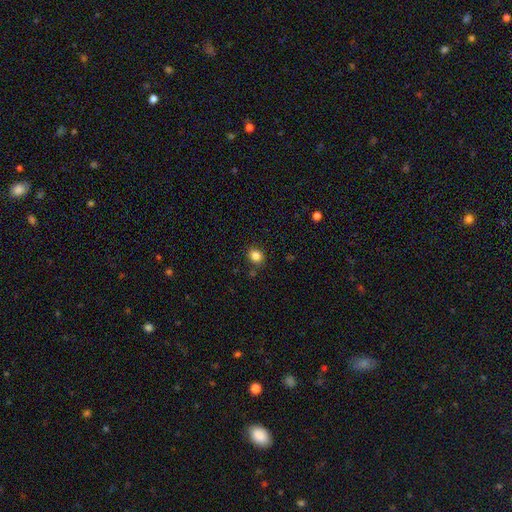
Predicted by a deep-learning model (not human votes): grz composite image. It shows a smooth galaxy with no disk features (83%) that is round (76%). Merging: none (84%).